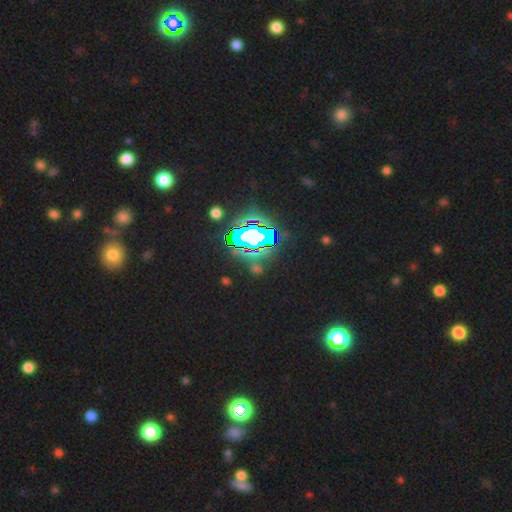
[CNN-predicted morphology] The model was most divided on "smooth or featured": star or artifact: 82%, smooth: 11%, featured or disk: 8%.